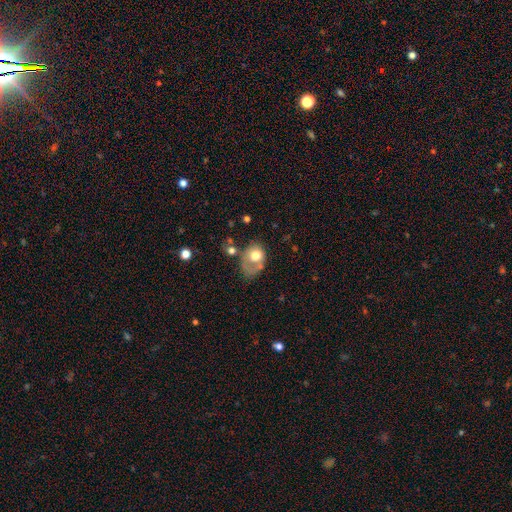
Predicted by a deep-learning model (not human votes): Smooth or featured? Predicted: smooth (p=0.64). How rounded? Predicted: in between (p=0.58). Merging? Predicted: none (p=0.30).